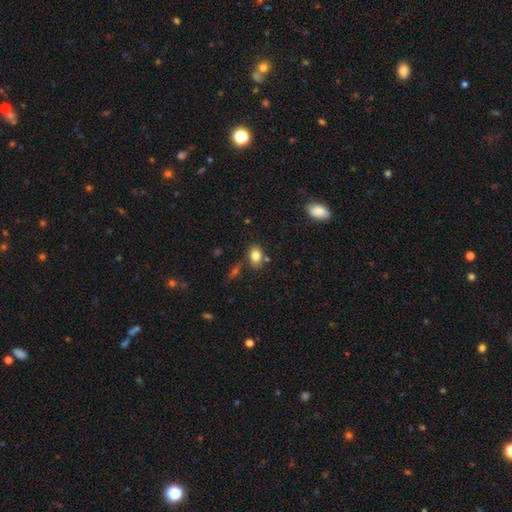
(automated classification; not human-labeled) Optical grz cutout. It shows a smooth galaxy with no disk features (82%) that is in between round and cigar-shaped (78%). Merging: none (71%).